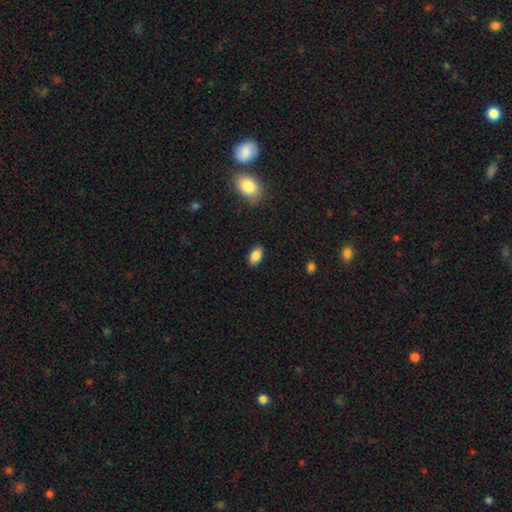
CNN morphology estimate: Smooth or featured?
  - smooth: 86% *
  - star or artifact: 8%
  - featured or disk: 6%
How rounded?
  - in between: 91% *
  - round: 6%
  - cigar-shaped: 3%
Merging?
  - none: 88% *
  - minor disturbance: 9%
  - major disturbance: 2%
  - merger: 1%